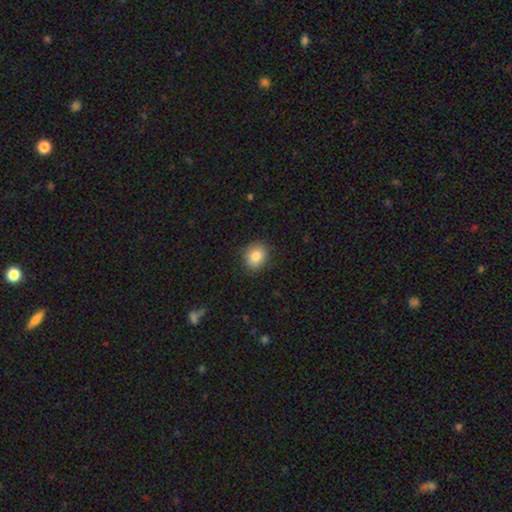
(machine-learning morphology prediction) Smooth or featured? smooth (83%)
How rounded? round (68%)
Merging? none (86%)